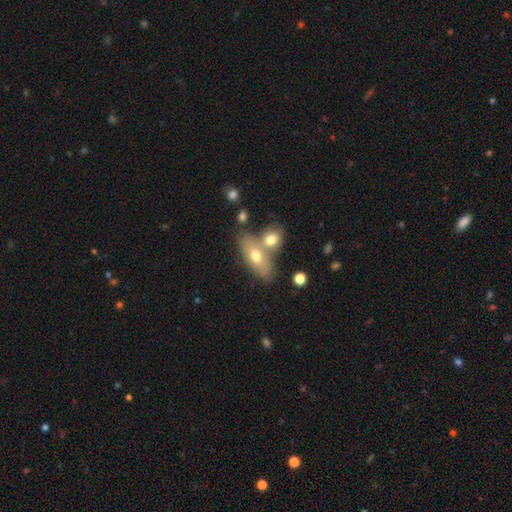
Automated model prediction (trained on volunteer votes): A smooth galaxy with no disk features (65%) that is in between round and cigar-shaped (77%). Merging: merger (47%).